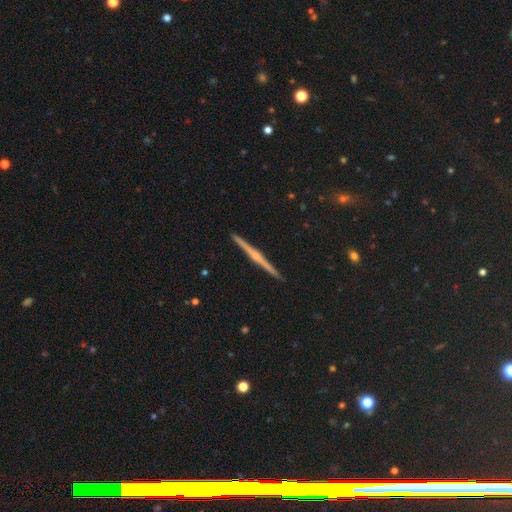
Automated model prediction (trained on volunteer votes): Overall: featured or disk (78%). Edge-on disk: yes (99%). Edge-on bulge: rounded (70%). Merging: none (93%).